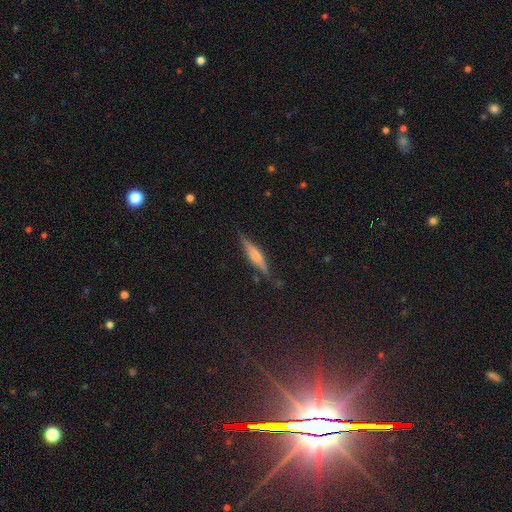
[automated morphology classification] The model was most divided on "smooth or featured": featured or disk: 59%, smooth: 32%, star or artifact: 10%. More confident: edge-on disk — yes (95%); merging — none (84%); edge-on bulge — rounded (67%).